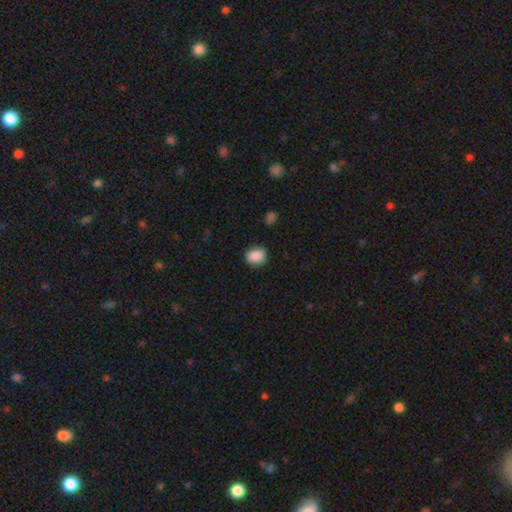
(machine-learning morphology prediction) type=smooth (88%); roundness=round (56%); merging=none (86%).